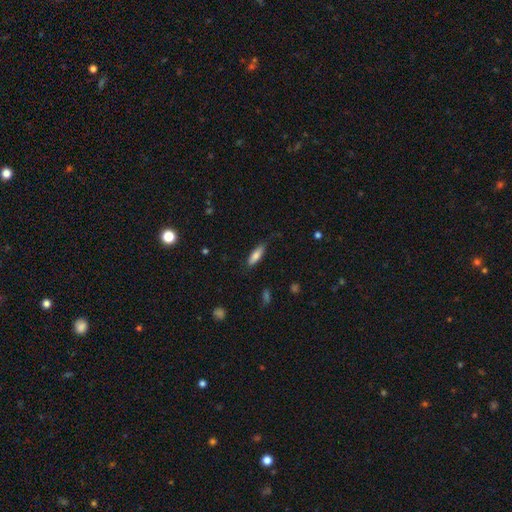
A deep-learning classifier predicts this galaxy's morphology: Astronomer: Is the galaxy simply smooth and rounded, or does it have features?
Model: smooth — 78%.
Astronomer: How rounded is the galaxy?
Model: in between — 51% (runner-up: cigar-shaped, 47%).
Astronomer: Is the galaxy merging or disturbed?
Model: none — 79%.